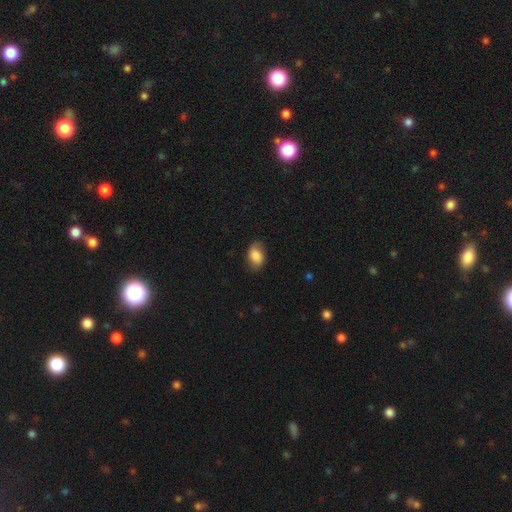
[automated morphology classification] This is clearly a smooth galaxy (80%). How rounded: clearly in between (85%). Merging: likely none (76%).